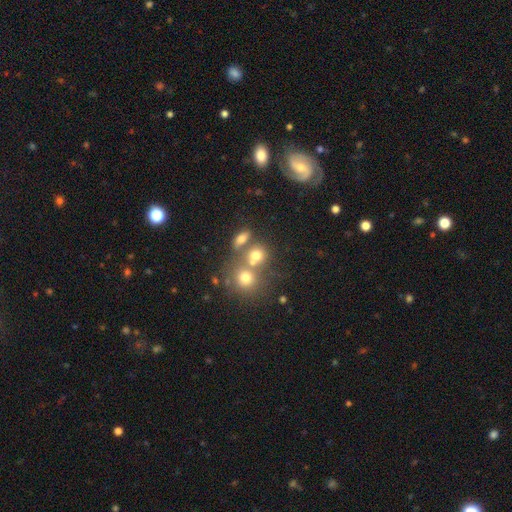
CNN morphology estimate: smooth_or_featured: smooth (p=0.70) [alt: featured or disk p=0.15]
how_rounded: round (p=0.70) [alt: in between p=0.29]
merging: none (p=0.46) [alt: merger p=0.39]